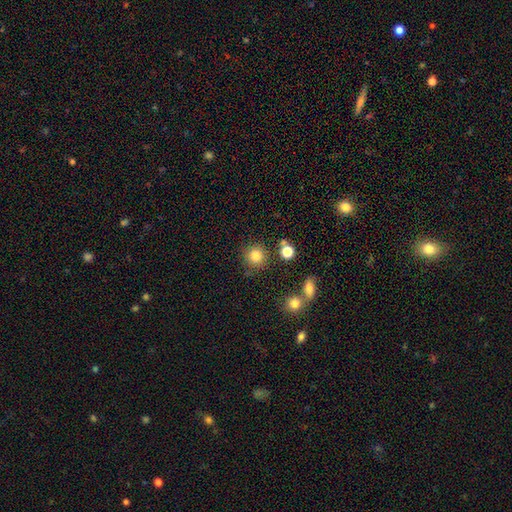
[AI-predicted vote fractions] smooth_or_featured: smooth (p=0.82) [alt: star or artifact p=0.12]
how_rounded: round (p=0.92) [alt: in between p=0.07]
merging: none (p=0.81) [alt: minor disturbance p=0.09]